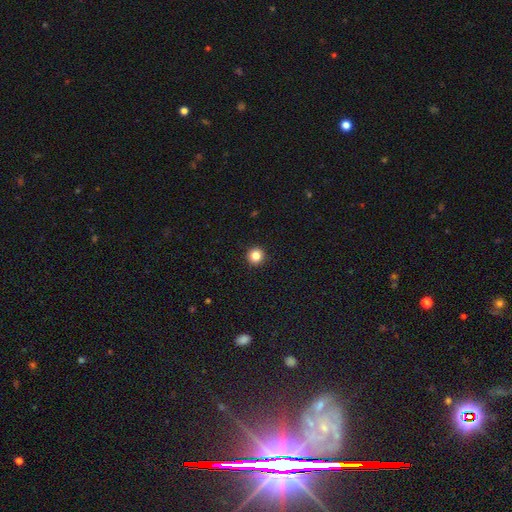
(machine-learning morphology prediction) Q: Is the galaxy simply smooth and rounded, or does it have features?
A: smooth — 84%.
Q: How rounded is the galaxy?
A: round — 95%.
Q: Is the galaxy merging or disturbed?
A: none — 94%.